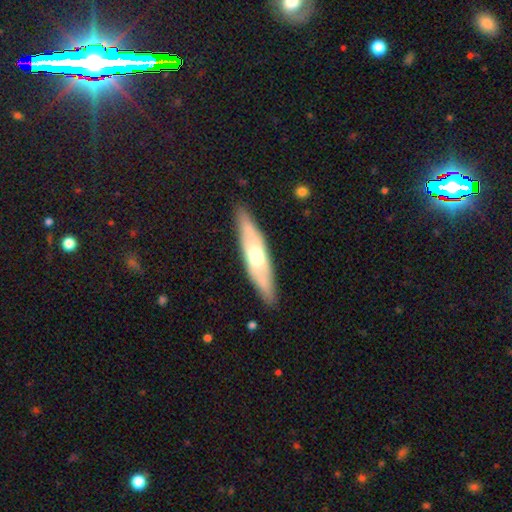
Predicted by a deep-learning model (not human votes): Smooth or featured? featured or disk (50%)
Merging? none (86%)